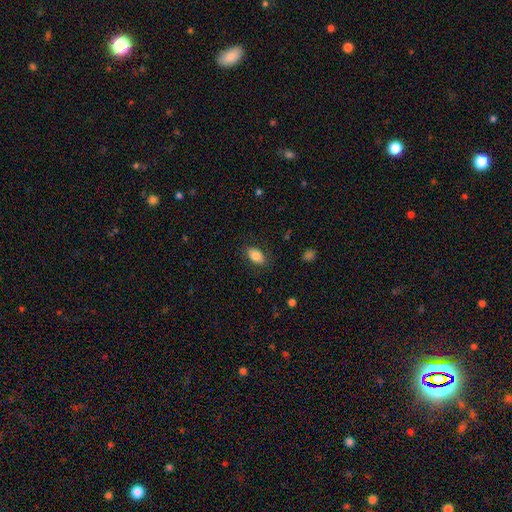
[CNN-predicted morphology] Smooth or featured? Predicted: smooth (p=0.83). How rounded? Predicted: in between (p=0.90). Merging? Predicted: none (p=0.83).